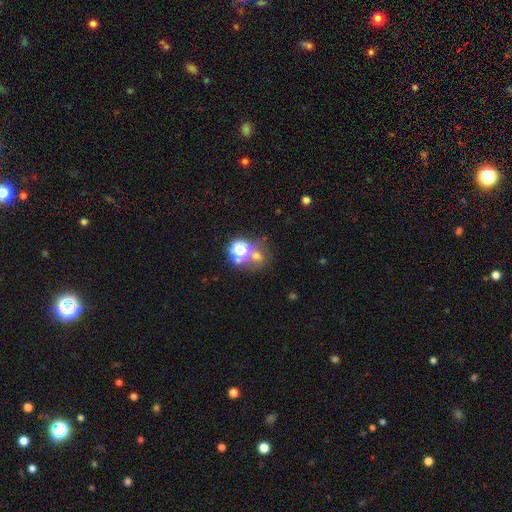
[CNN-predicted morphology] A smooth galaxy with no disk features (49%).

Vote fractions:
- Smooth or featured? smooth: 49% / star or artifact: 37% / featured or disk: 13%
- Merging? none: 51% / merger: 25% / minor disturbance: 13% / major disturbance: 11%